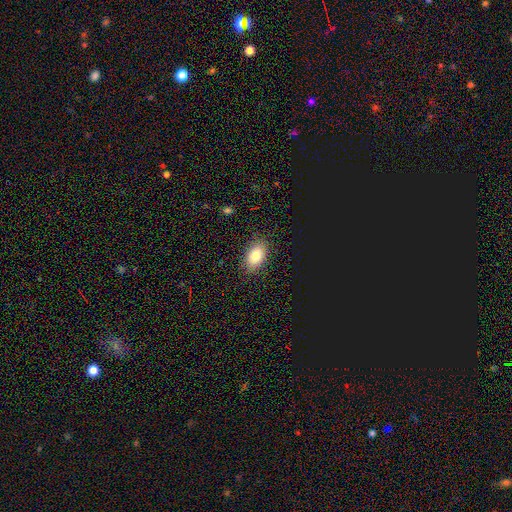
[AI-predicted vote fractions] Smooth or featured: smooth — 81% (featured or disk — 10%)
How rounded: in between — 89% (round — 9%)
Merging: none — 86% (minor disturbance — 10%)